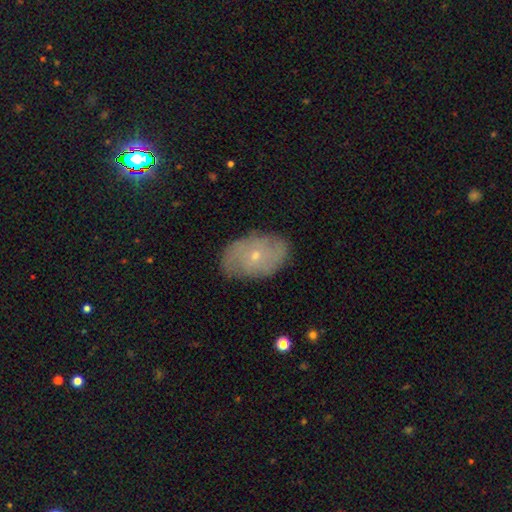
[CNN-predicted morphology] smooth-or-featured: featured or disk: 50% | smooth: 41% | star or artifact: 9%
  merging: none: 78% | minor disturbance: 16% | major disturbance: 4% | merger: 1%